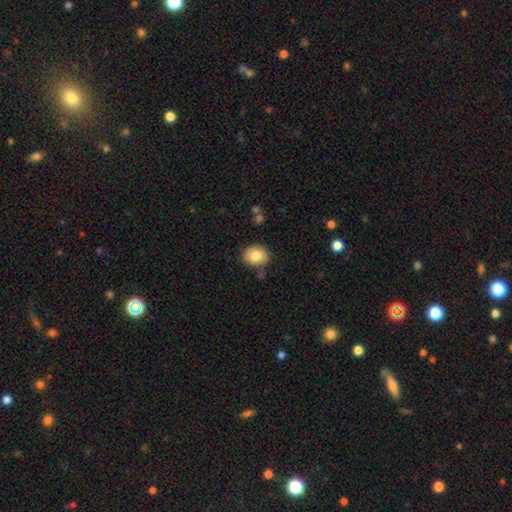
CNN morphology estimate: type=smooth (81%); roundness=round (56%); merging=none (81%).